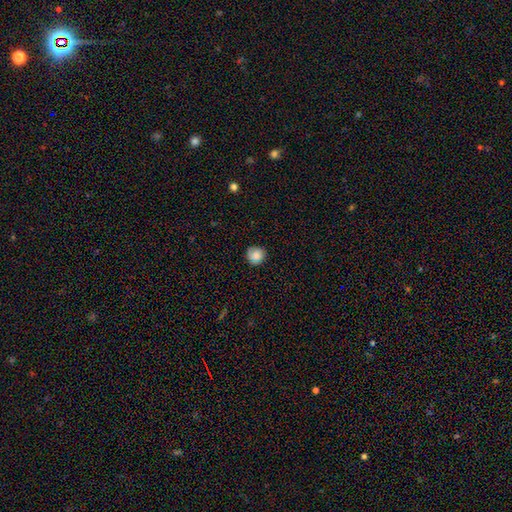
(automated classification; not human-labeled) This appears to be a smooth galaxy with no disk features (79%) that is round (90%). Merging: none (81%).